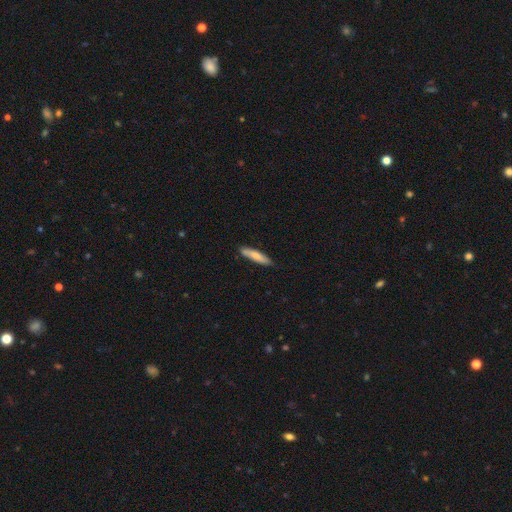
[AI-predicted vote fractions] Morphology: type=smooth (71%); roundness=cigar-shaped (82%); merging=none (83%).